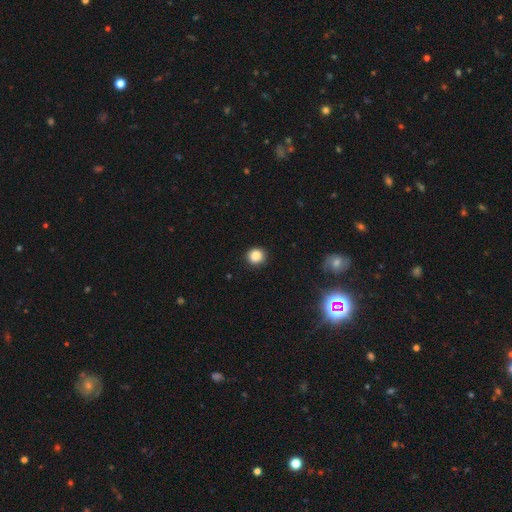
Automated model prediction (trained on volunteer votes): Smooth or featured: smooth — 86% (star or artifact — 11%)
How rounded: round — 92% (in between — 7%)
Merging: none — 90% (minor disturbance — 7%)